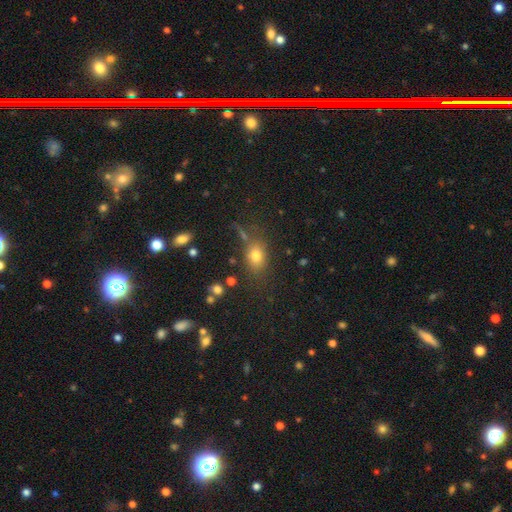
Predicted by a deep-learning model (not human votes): A smooth galaxy with no disk features (76%) that is in between round and cigar-shaped (66%). Merging: none (73%).